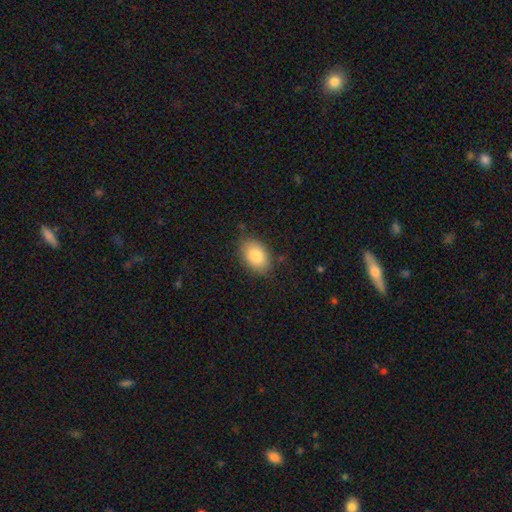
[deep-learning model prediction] Morphology: type=smooth (84%); roundness=in between (88%); merging=none (81%).